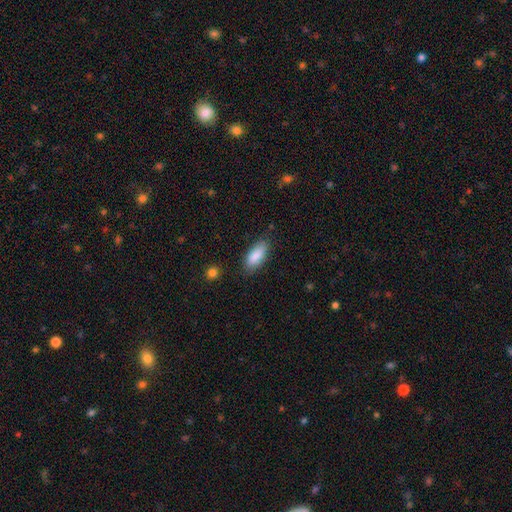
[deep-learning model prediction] Q: Smooth or featured?
A: smooth (87%); runner-up: star or artifact (6%)
Q: How rounded?
A: in between (83%); runner-up: cigar-shaped (15%)
Q: Merging?
A: none (81%); runner-up: minor disturbance (14%)